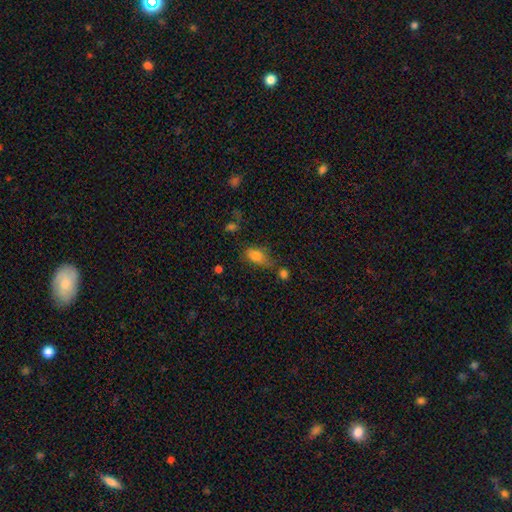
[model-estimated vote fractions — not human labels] smooth-or-featured: smooth: 79% | star or artifact: 11% | featured or disk: 10%
  how-rounded: in between: 86% | round: 10% | cigar-shaped: 4%
  merging: none: 46% | minor disturbance: 31% | major disturbance: 14% | merger: 9%